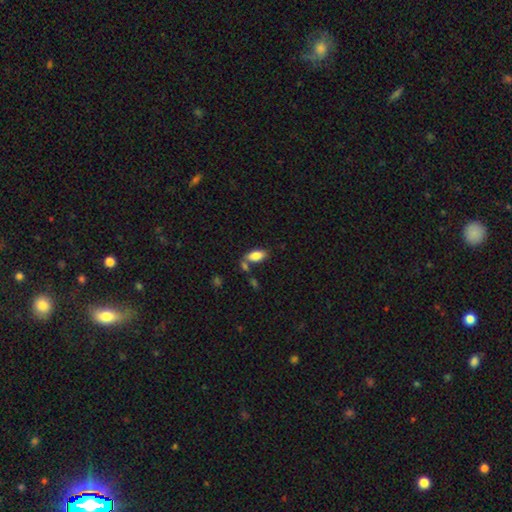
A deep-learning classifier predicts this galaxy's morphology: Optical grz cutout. It shows a smooth galaxy with no disk features (83%) that is in between round and cigar-shaped (89%). Merging: none (62%).